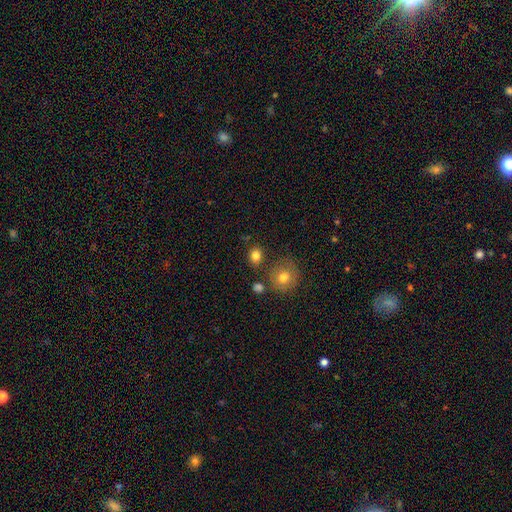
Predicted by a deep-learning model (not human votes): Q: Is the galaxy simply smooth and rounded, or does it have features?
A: smooth — 82%.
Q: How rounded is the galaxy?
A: round — 68%.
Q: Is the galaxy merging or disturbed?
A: none — 77%.